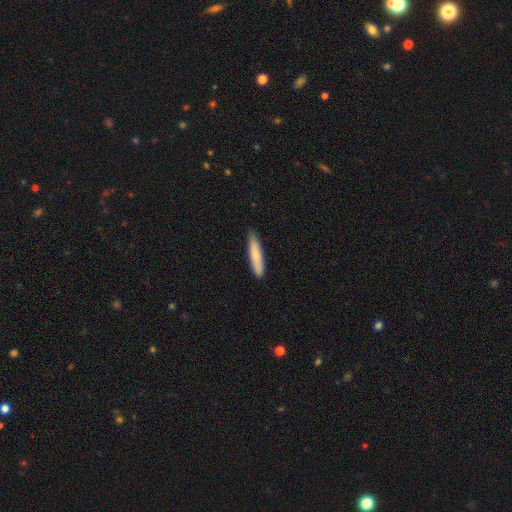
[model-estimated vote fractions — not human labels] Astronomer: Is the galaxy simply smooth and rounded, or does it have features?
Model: smooth — 80%.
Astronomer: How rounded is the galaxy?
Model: cigar-shaped — 89%.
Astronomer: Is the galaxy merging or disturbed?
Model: none — 85%.